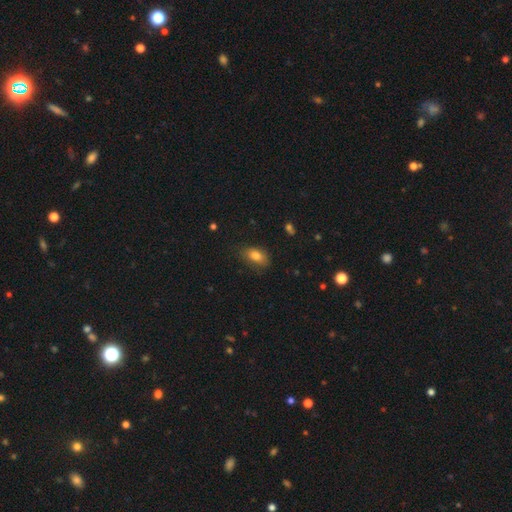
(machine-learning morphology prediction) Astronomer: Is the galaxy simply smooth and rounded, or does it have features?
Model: smooth — 81%.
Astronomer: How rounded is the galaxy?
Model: in between — 87%.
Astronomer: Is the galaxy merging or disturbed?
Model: none — 73%.